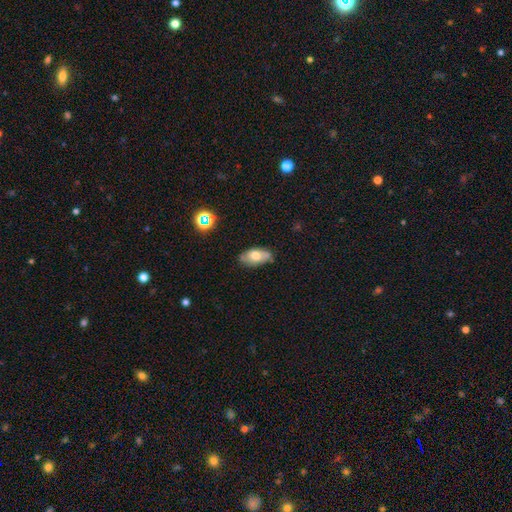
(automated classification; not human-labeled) Smooth or featured: smooth — 65% (featured or disk — 26%)
How rounded: in between — 91% (cigar-shaped — 4%)
Merging: none — 66% (minor disturbance — 27%)